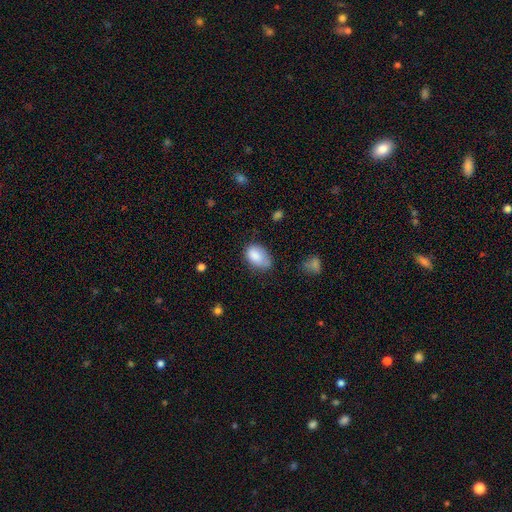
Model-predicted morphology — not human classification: The model was most divided on "merging": none: 53%, minor disturbance: 34%, major disturbance: 9%, merger: 3%. More confident: how rounded — in between (89%); smooth or featured — smooth (84%).